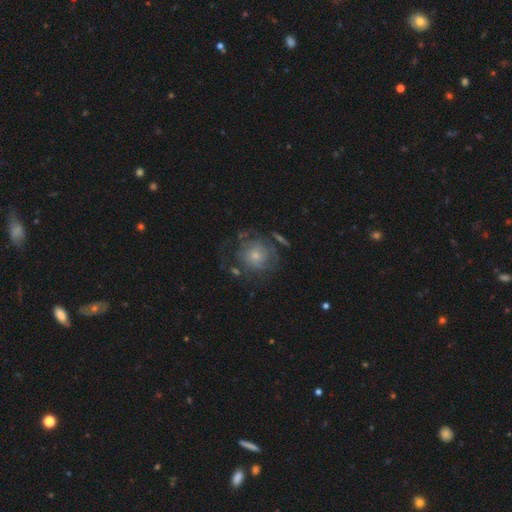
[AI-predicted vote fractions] A featured or disk galaxy (58%) with no bar (84%), spiral arms (65%) and a small central bulge (59%).

Vote fractions:
- Smooth or featured? featured or disk: 58% / smooth: 33% / star or artifact: 9%
- Edge-on disk? no: 97% / yes: 3%
- Bar? no: 84% / weak: 14% / strong: 2%
- Spiral arms? yes: 65% / no: 35%
- Bulge size? small: 59% / moderate: 33% / large: 4% / none: 3% / dominant: 1%
- Merging? none: 51% / major disturbance: 23% / minor disturbance: 20% / merger: 6%